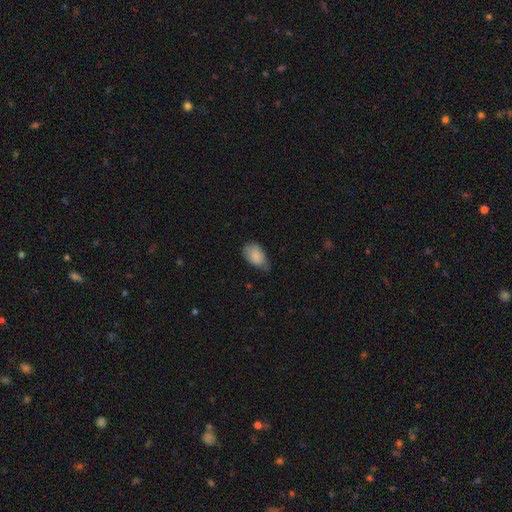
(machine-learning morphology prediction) type=smooth (85%); roundness=in between (91%); merging=none (47%).